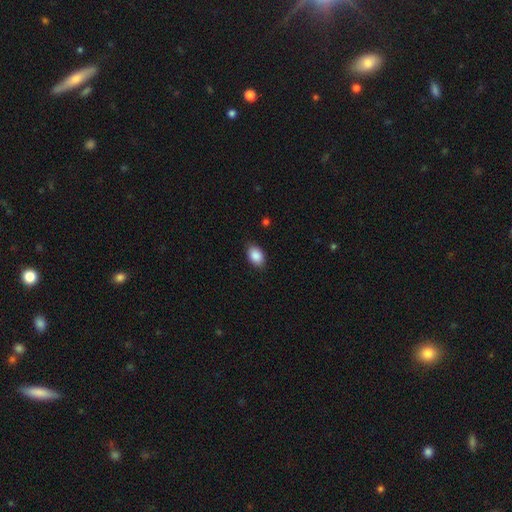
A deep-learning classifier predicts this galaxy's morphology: smooth_or_featured: smooth (p=0.89) [alt: star or artifact p=0.07]
how_rounded: in between (p=0.88) [alt: round p=0.10]
merging: none (p=0.84) [alt: minor disturbance p=0.12]